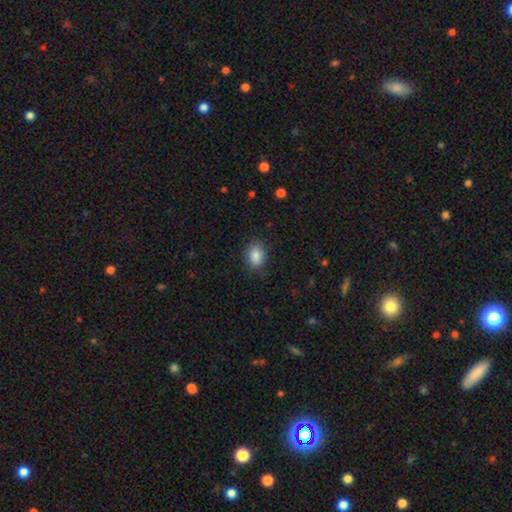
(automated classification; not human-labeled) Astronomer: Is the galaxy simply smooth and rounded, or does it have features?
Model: smooth — 87%.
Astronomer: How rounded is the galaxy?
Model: in between — 73%.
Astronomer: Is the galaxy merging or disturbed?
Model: none — 85%.